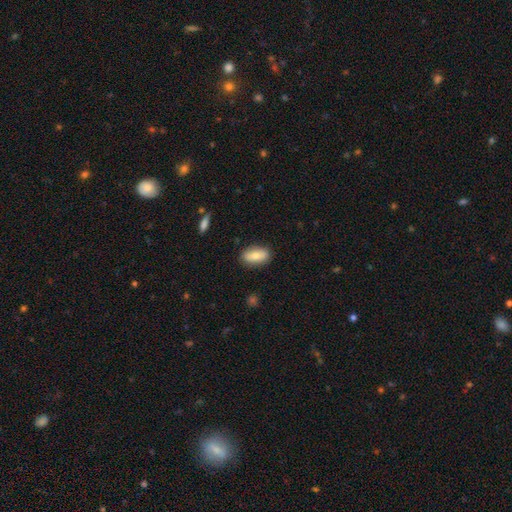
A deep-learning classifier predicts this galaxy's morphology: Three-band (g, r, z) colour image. It shows a smooth galaxy with no disk features (75%) that is in between round and cigar-shaped (87%). Merging: none (85%).